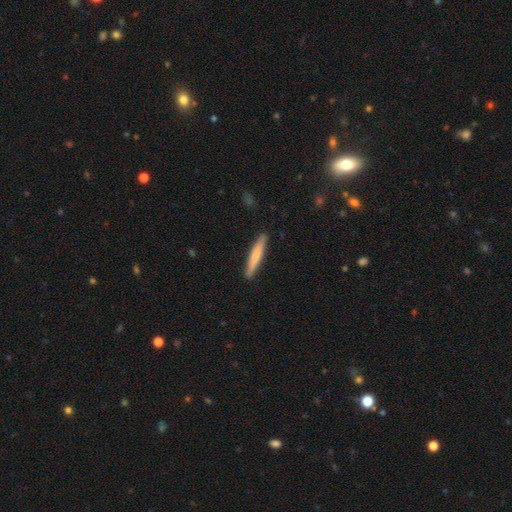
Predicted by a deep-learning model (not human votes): Smooth or featured?
  - smooth: 69% *
  - featured or disk: 26%
  - star or artifact: 5%
How rounded?
  - cigar-shaped: 94% *
  - in between: 5%
  - round: 1%
Merging?
  - none: 89% *
  - minor disturbance: 8%
  - major disturbance: 2%
  - merger: 1%